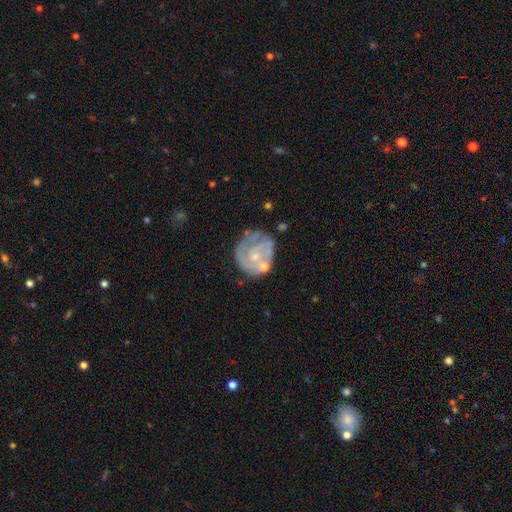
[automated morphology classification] featured or disk 76%, smooth 17%, star or artifact 7%. Down the decision tree: edge-on disk — no (98%); bar — no (73%); spiral arms — yes (80%); spiral arm count — can't tell (35%); spiral winding — tight (63%); bulge size — small (64%); merging — none (58%).